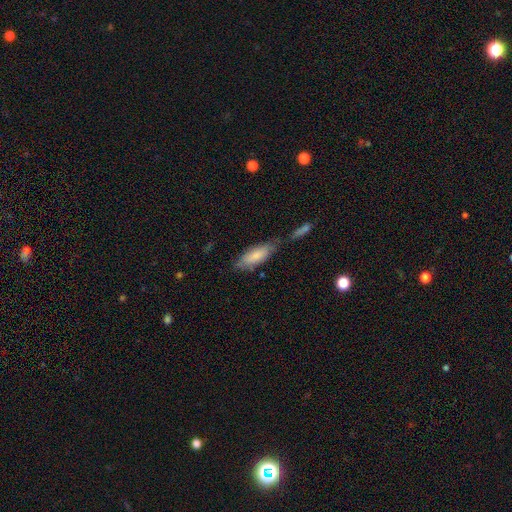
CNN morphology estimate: Smooth or featured? smooth (78%)
How rounded? in between (62%)
Merging? none (50%)